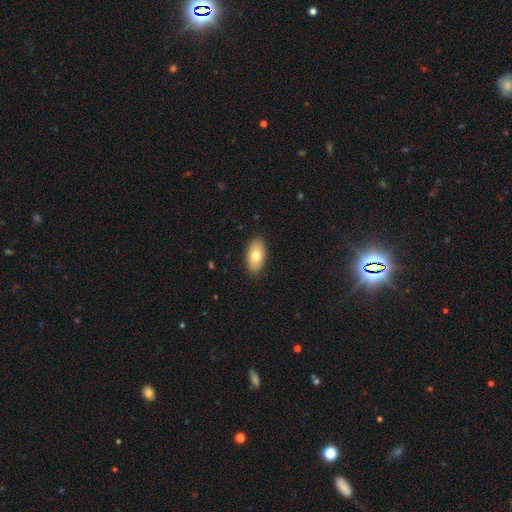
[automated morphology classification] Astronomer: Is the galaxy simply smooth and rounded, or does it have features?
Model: smooth — 76%.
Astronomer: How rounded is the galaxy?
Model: in between — 93%.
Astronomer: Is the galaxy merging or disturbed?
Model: none — 88%.